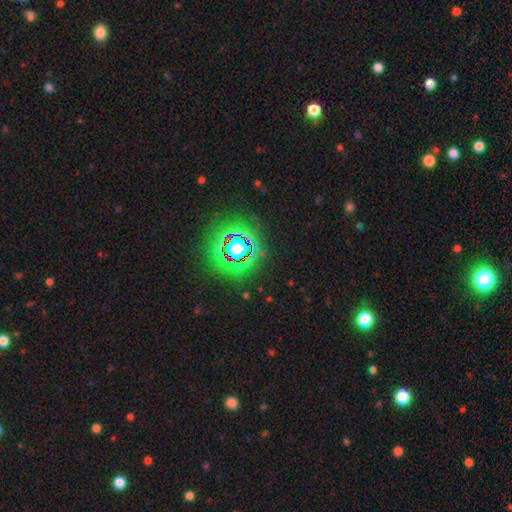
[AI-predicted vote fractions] smooth_or_featured: star or artifact (p=0.83) [alt: smooth p=0.10]